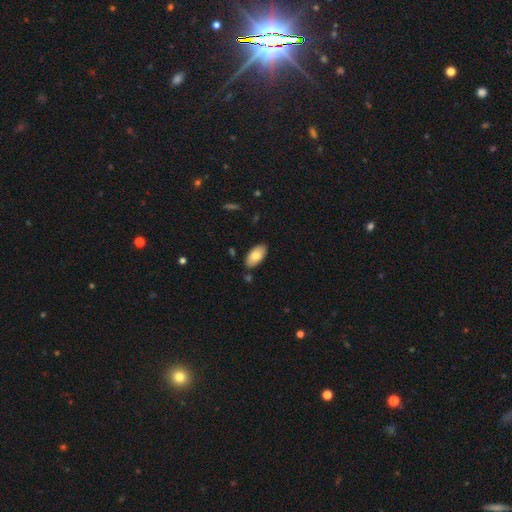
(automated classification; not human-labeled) smooth-or-featured: smooth: 80% | featured or disk: 14% | star or artifact: 6%
  how-rounded: in between: 95% | cigar-shaped: 3% | round: 2%
  merging: none: 85% | minor disturbance: 11% | merger: 2% | major disturbance: 2%